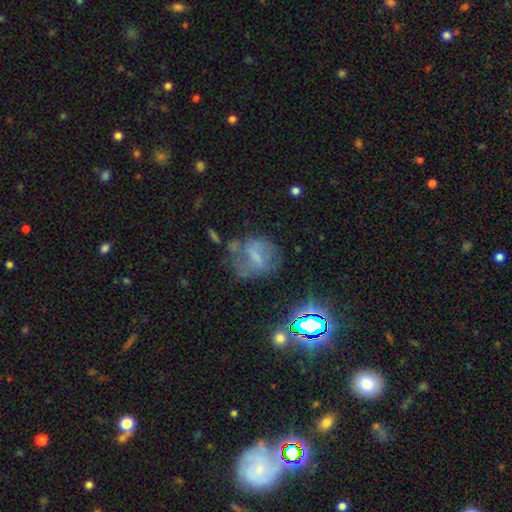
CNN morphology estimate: Overall: featured or disk (46%; smooth 35%). Merging: none (50%; minor disturbance 24%).